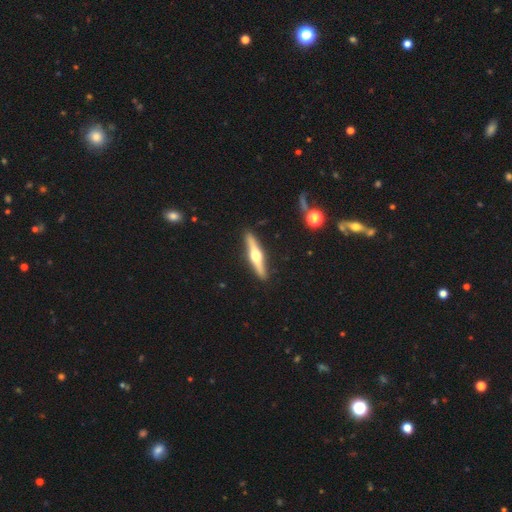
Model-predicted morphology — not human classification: This appears to be a featured or disk galaxy (73%) viewed edge-on (97%) with a rounded central bulge (95%). Merging: none (91%).